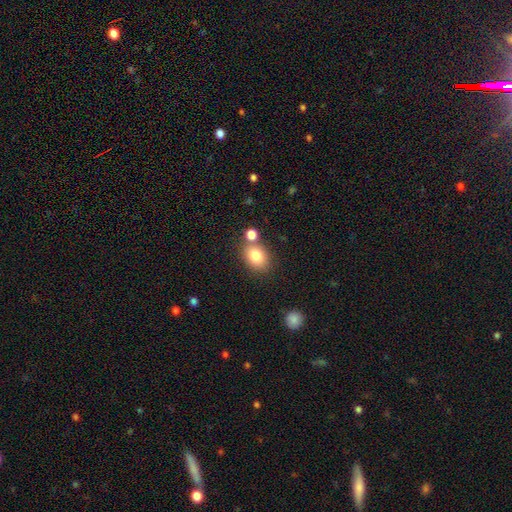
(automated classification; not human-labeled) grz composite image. It shows a smooth galaxy with no disk features (81%) that is in between round and cigar-shaped (62%). Merging: none (67%).